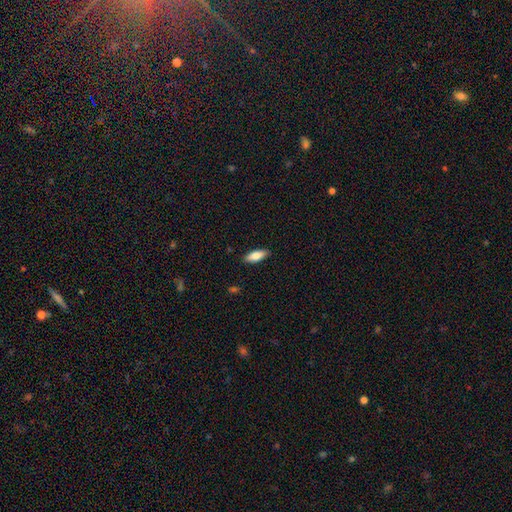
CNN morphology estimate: A smooth galaxy with no disk features (80%) that is in between round and cigar-shaped (73%). Merging: none (88%).